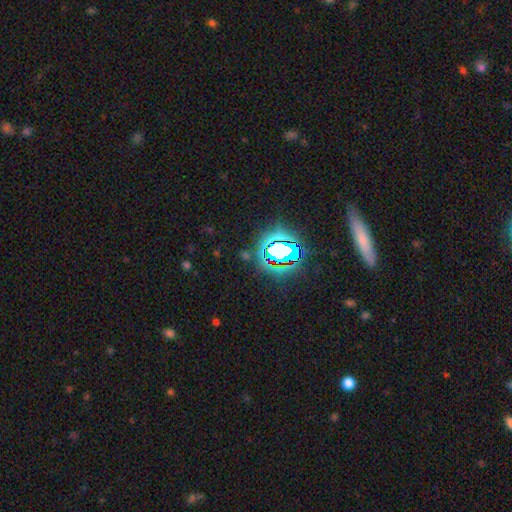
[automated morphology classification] smooth_or_featured: star or artifact (p=0.73) [alt: smooth p=0.16]